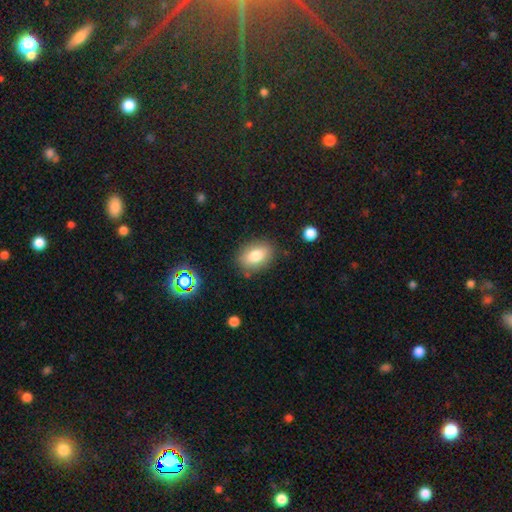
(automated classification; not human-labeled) Smooth or featured? Predicted: smooth (p=0.80). How rounded? Predicted: in between (p=0.81). Merging? Predicted: none (p=0.83).